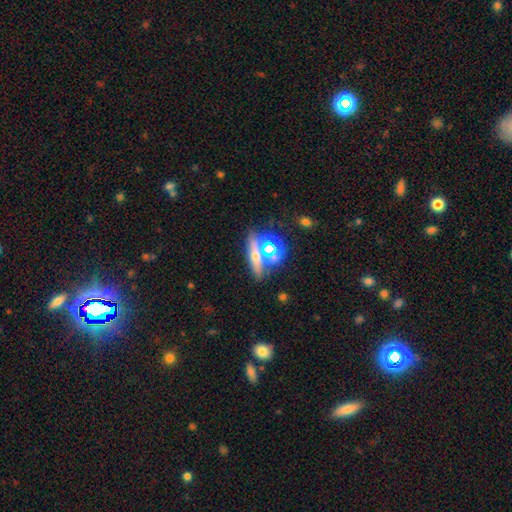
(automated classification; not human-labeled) Q: Smooth or featured?
A: star or artifact (39%); runner-up: smooth (38%)